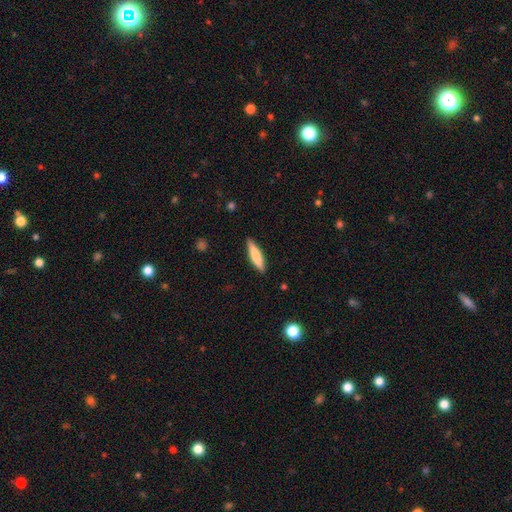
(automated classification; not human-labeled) Smooth or featured: smooth — 71% (featured or disk — 23%)
How rounded: cigar-shaped — 82% (in between — 16%)
Merging: none — 89% (minor disturbance — 8%)